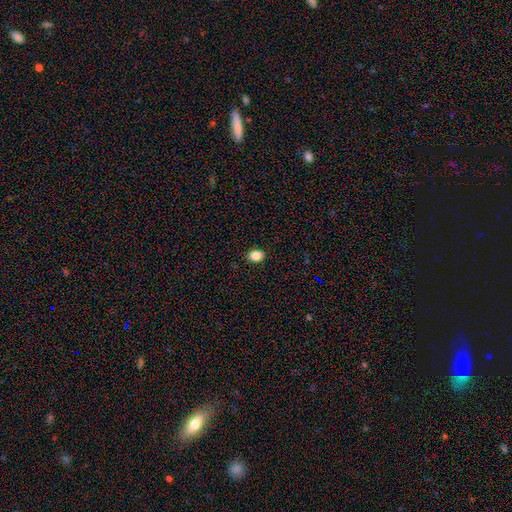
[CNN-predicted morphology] A smooth galaxy with no disk features (86%) that is in between round and cigar-shaped (66%).

Vote fractions:
- Smooth or featured? smooth: 86% / star or artifact: 10% / featured or disk: 4%
- How rounded? in between: 66% / round: 33% / cigar-shaped: 1%
- Merging? none: 90% / minor disturbance: 7% / major disturbance: 2% / merger: 1%